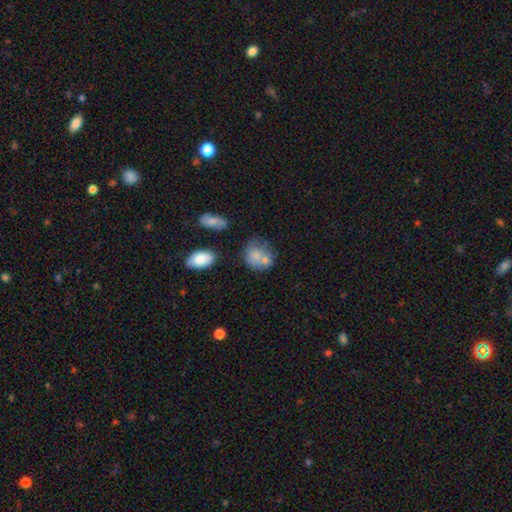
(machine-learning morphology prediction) smooth_or_featured: smooth (p=0.71) [alt: featured or disk p=0.20]
how_rounded: round (p=0.63) [alt: in between p=0.36]
merging: none (p=0.42) [alt: merger p=0.25]